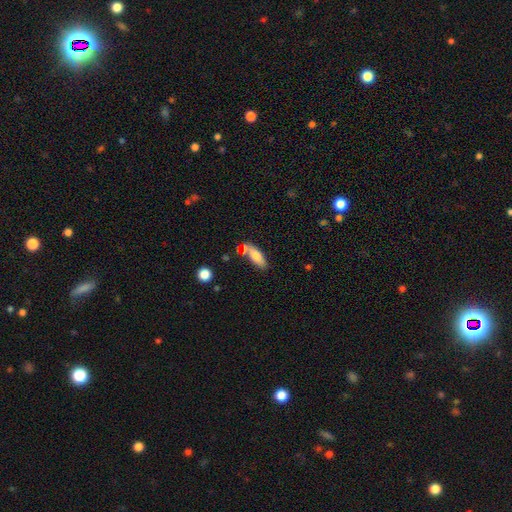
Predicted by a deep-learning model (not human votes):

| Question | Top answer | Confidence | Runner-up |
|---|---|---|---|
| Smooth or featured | smooth | 75% | featured or disk (17%) |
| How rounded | in between | 71% | cigar-shaped (26%) |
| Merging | none | 64% | minor disturbance (17%) |